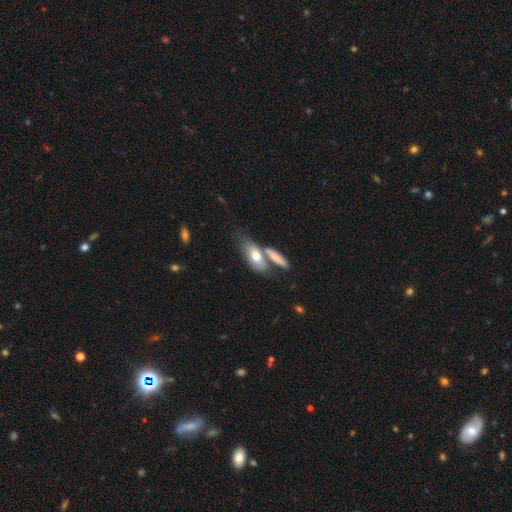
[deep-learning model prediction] Morphology: type=smooth (65%); roundness=in between (73%); merging=merger (43%).